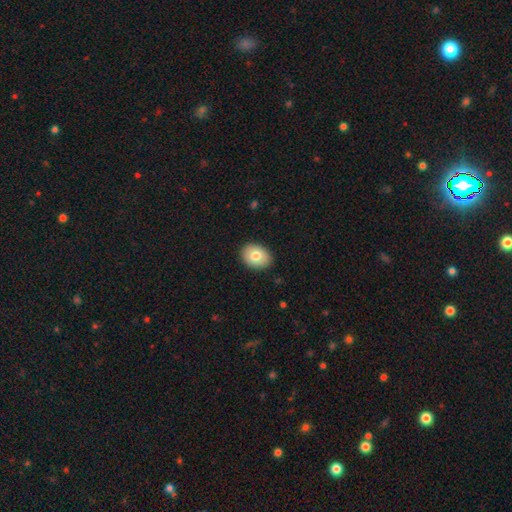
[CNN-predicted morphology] A smooth galaxy with no disk features (78%) that is in between round and cigar-shaped (69%). Merging: none (89%).